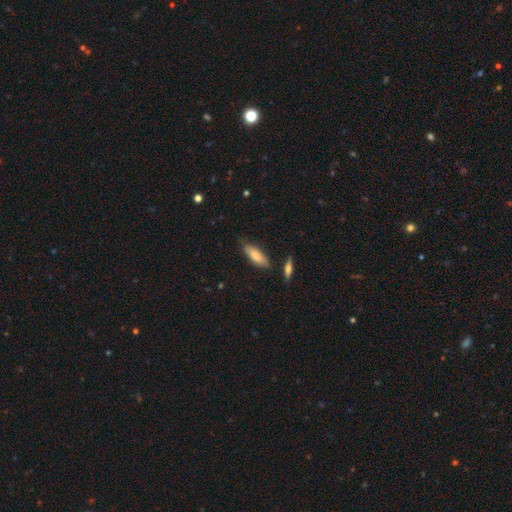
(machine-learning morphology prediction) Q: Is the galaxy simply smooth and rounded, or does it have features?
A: smooth — 78%.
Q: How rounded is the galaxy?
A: in between — 61%.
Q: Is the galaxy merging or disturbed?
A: none — 70%.